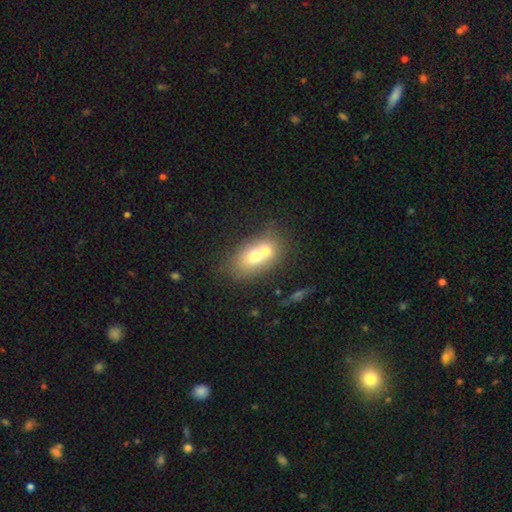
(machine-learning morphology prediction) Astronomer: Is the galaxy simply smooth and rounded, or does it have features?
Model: smooth — 64%.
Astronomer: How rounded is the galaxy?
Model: in between — 78%.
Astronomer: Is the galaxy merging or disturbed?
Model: merger — 57%.